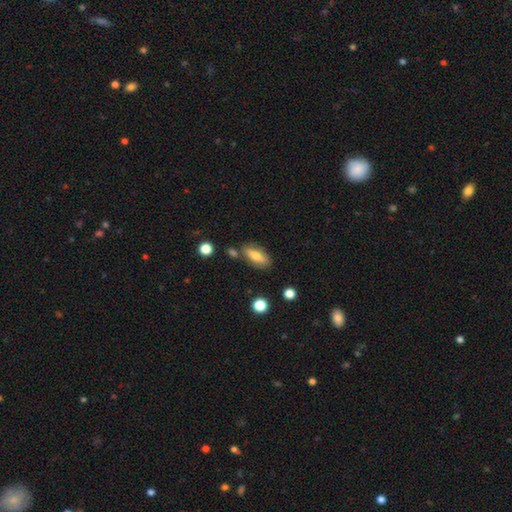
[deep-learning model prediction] Smooth or featured: smooth — 70% (featured or disk — 23%)
How rounded: in between — 70% (cigar-shaped — 27%)
Merging: none — 74% (minor disturbance — 15%)